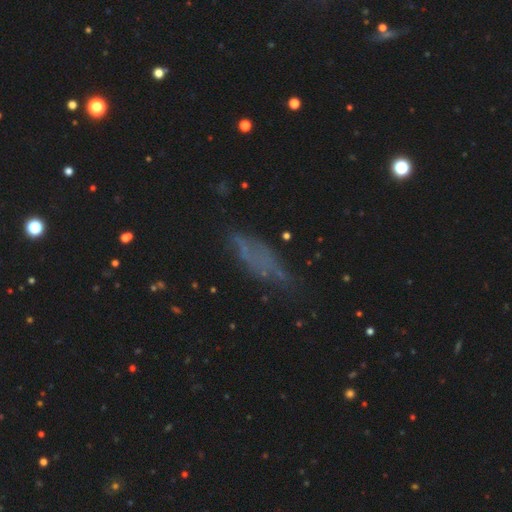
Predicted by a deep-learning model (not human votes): Smooth or featured? smooth (46%)
Merging? none (51%)